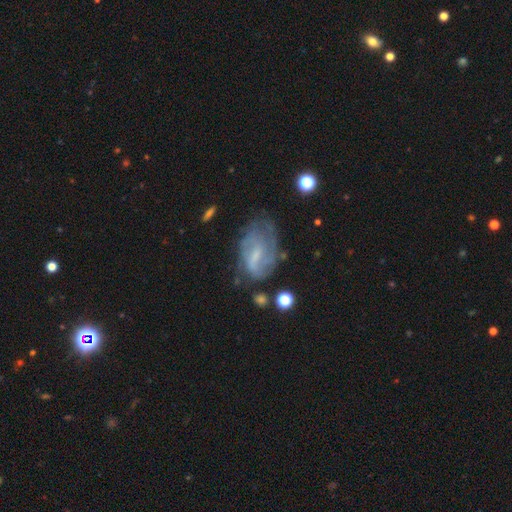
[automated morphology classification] A featured or disk galaxy (67%) with a weak bar (53%), spiral arms (78%) and a small central bulge (48%). Merging: none (51%).